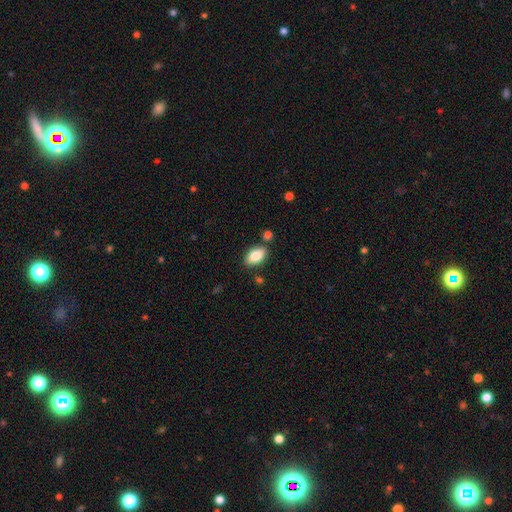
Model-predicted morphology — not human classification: Smooth or featured?
  - smooth: 84% *
  - featured or disk: 9%
  - star or artifact: 7%
How rounded?
  - in between: 92% *
  - round: 5%
  - cigar-shaped: 3%
Merging?
  - none: 80% *
  - minor disturbance: 11%
  - merger: 6%
  - major disturbance: 3%